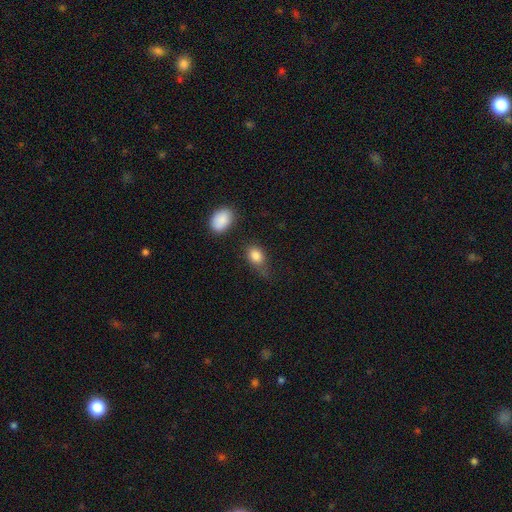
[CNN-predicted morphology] This appears to be a smooth galaxy with no disk features (85%) that is in between round and cigar-shaped (69%). Merging: none (49%).